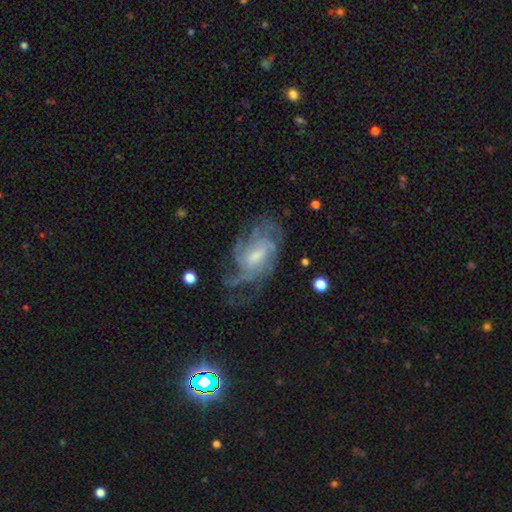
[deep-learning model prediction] Morphology: type=featured or disk (83%); edge-on=no (96%); bar=weak (48%); spiral arms=yes (94%); winding=tight (46%); arm count=can't tell (33%); bulge=moderate (48%); merging=none (60%).